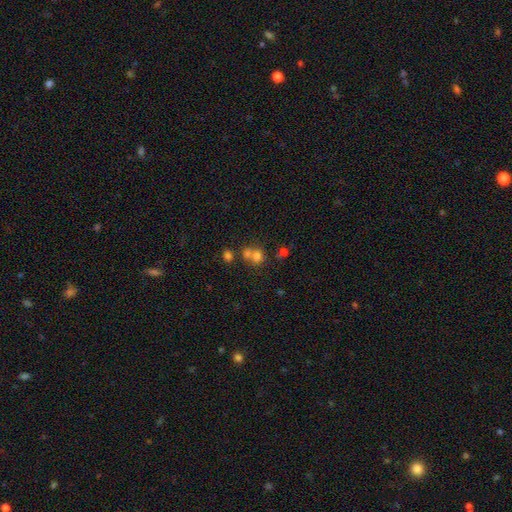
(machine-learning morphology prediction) Overall: smooth (66%). How rounded: round (75%). Merging: merger (47%; none 42%).